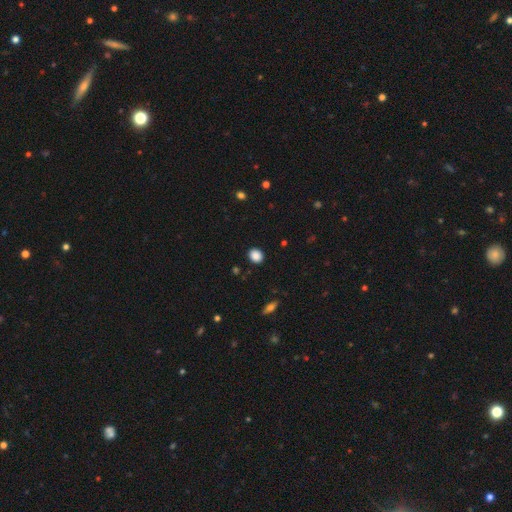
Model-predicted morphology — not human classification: A smooth galaxy with no disk features (88%) that is round (65%). Merging: none (90%).